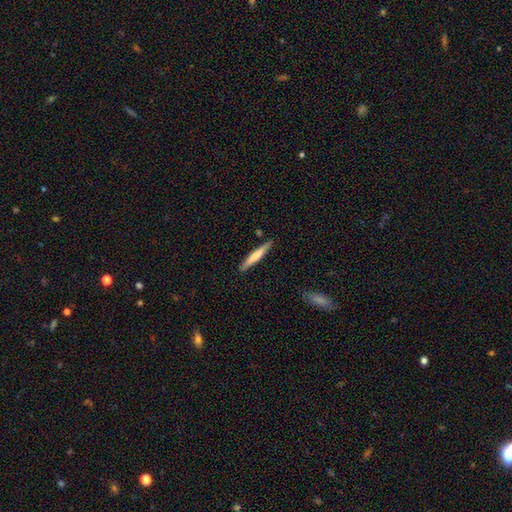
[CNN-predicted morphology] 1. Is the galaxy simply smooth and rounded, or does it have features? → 58% smooth, 37% featured or disk, 5% star or artifact.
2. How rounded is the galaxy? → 95% cigar-shaped, 4% in between, 1% round.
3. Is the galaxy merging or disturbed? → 88% none, 8% minor disturbance, 2% merger, 2% major disturbance.